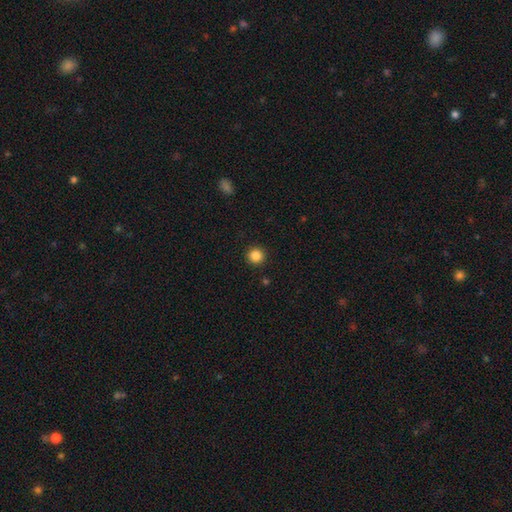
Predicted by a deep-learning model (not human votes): A smooth galaxy with no disk features (86%) that is round (95%). Merging: none (92%).